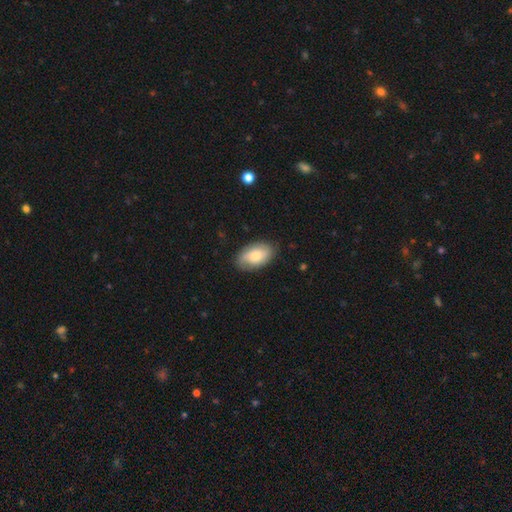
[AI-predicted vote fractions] A smooth galaxy with no disk features (65%) that is in between round and cigar-shaped (93%). Merging: none (80%).